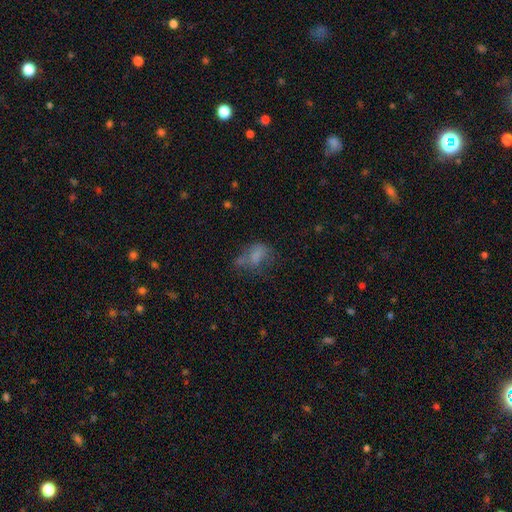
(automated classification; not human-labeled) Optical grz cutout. It shows a smooth galaxy with no disk features (59%) that is in between round and cigar-shaped (76%). Merging: none (34%).